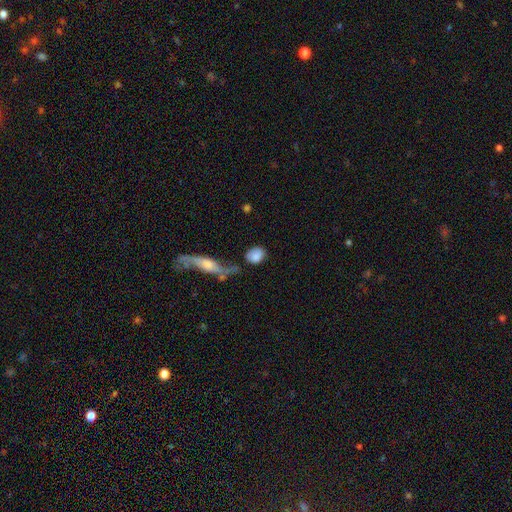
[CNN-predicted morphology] smooth-or-featured: smooth: 79% | featured or disk: 14% | star or artifact: 7%
  how-rounded: in between: 61% | round: 35% | cigar-shaped: 4%
  merging: none: 53% | minor disturbance: 21% | merger: 15% | major disturbance: 11%